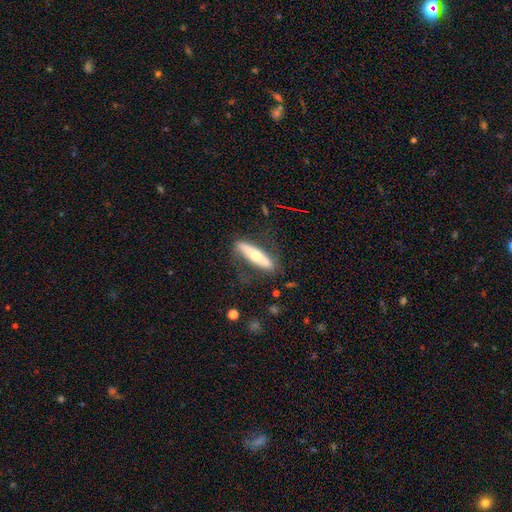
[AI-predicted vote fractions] A smooth galaxy with no disk features (49%). Merging: none (76%).